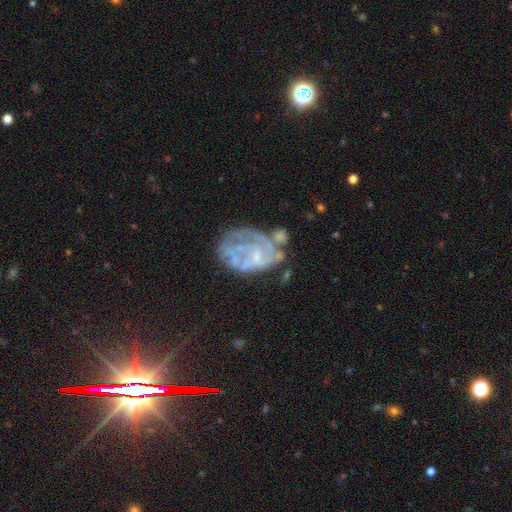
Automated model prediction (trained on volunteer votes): This appears to be a featured or disk galaxy (72%) with no bar (70%), no spiral arms (57%) and a small central bulge (47%). Merging: none (34%).